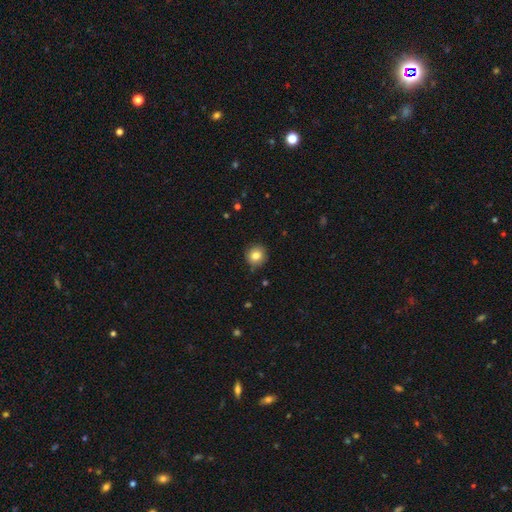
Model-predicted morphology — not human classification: A smooth galaxy with no disk features (82%) that is round (90%). Merging: none (85%).